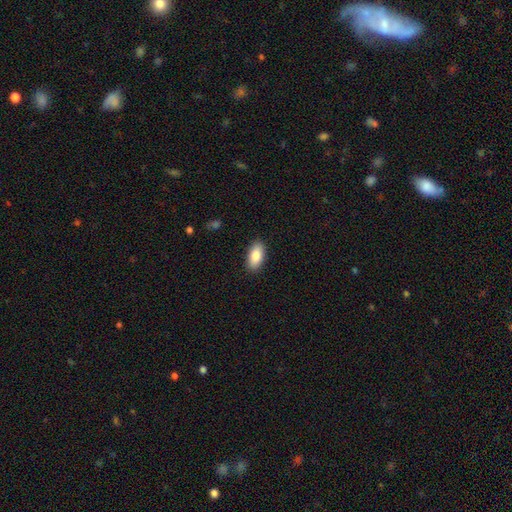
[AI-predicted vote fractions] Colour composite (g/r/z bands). It shows a smooth galaxy with no disk features (86%) that is in between round and cigar-shaped (92%). Merging: none (89%).